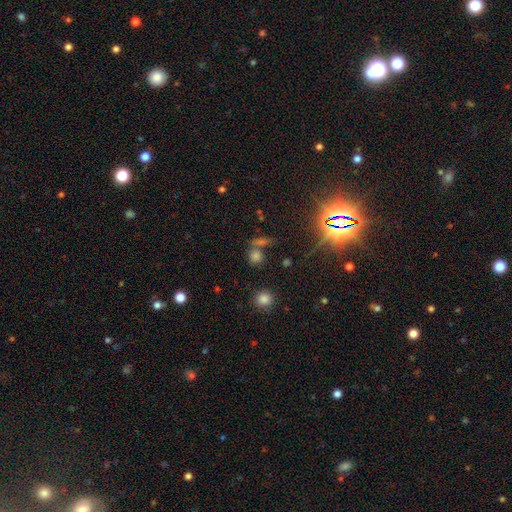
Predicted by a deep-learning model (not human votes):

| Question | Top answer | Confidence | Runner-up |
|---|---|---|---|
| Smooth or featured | smooth | 66% | star or artifact (25%) |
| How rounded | round | 78% | in between (19%) |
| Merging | none | 58% | merger (27%) |